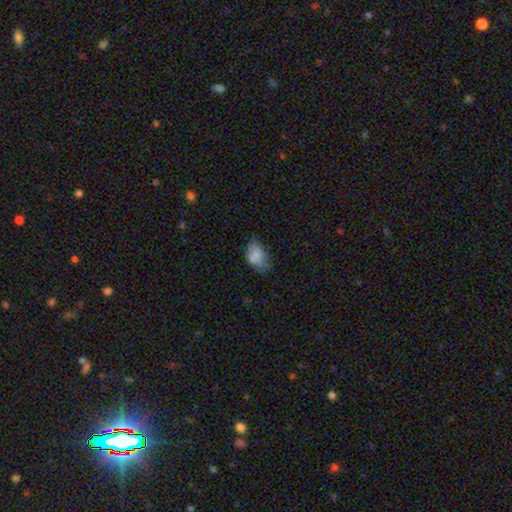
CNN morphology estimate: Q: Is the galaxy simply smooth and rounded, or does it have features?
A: smooth — 74%.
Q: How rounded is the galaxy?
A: in between — 89%.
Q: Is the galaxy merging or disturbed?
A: none — 49%.